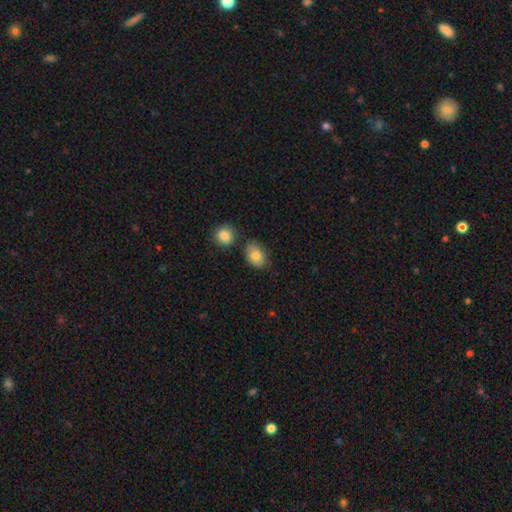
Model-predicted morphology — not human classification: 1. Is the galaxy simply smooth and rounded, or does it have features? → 82% smooth, 9% featured or disk, 9% star or artifact.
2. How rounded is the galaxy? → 76% in between, 23% round, 1% cigar-shaped.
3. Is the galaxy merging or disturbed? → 66% none, 20% minor disturbance, 10% merger, 4% major disturbance.